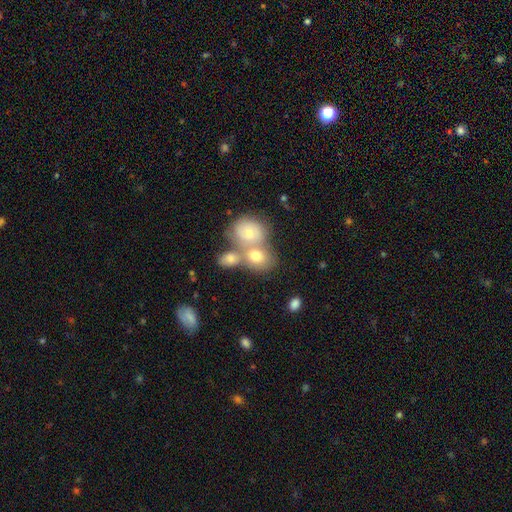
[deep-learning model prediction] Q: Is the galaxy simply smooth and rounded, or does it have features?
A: smooth — 66%.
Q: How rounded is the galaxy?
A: round — 52%.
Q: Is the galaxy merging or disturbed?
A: merger — 60%.